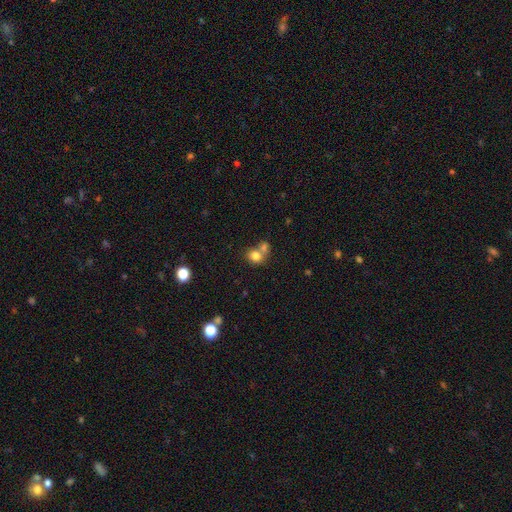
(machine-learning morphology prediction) Smooth or featured? Predicted: smooth (p=0.79). How rounded? Predicted: round (p=0.67). Merging? Predicted: merger (p=0.53).